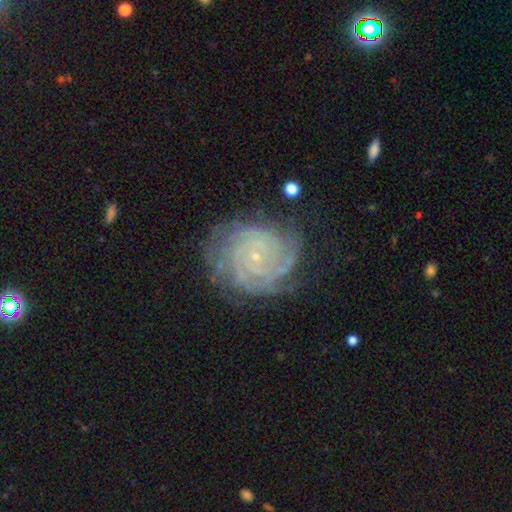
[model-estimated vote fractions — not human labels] Smooth or featured? Predicted: featured or disk (p=0.86). Edge-on disk? Predicted: no (p=0.98). Bar? Predicted: no (p=0.78). Spiral arms? Predicted: yes (p=0.97). Spiral winding? Predicted: tight (p=0.82). Spiral arm count? Predicted: can't tell (p=0.25). Bulge size? Predicted: small (p=0.88). Merging? Predicted: none (p=0.73).